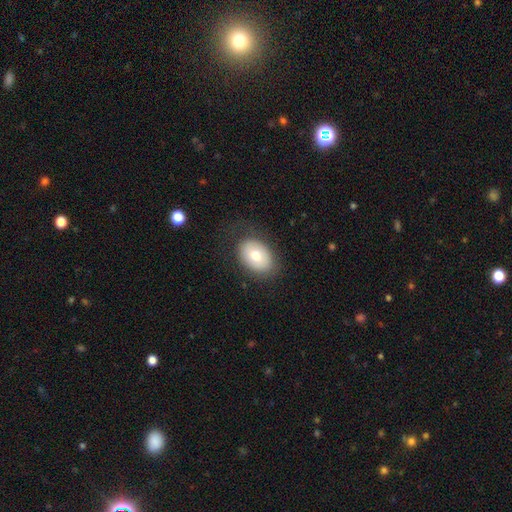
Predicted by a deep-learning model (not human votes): A smooth galaxy with no disk features (73%) that is in between round and cigar-shaped (79%).

Vote fractions:
- Smooth or featured? smooth: 73% / featured or disk: 20% / star or artifact: 7%
- How rounded? in between: 79% / round: 20% / cigar-shaped: 1%
- Merging? none: 76% / minor disturbance: 16% / major disturbance: 7% / merger: 1%